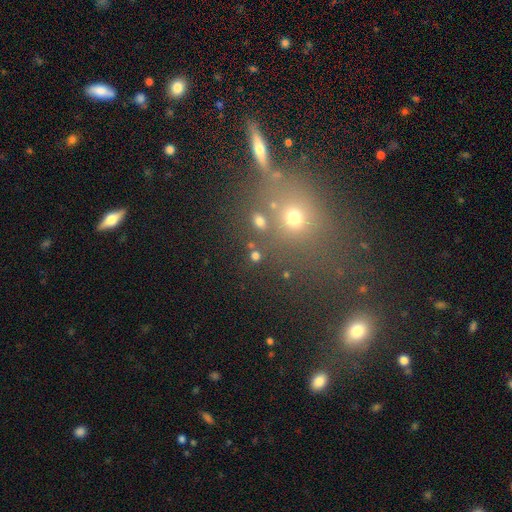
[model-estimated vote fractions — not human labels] The model was most divided on "smooth or featured": smooth: 65%, star or artifact: 26%, featured or disk: 10%. More confident: merging — none (75%); how rounded — round (73%).